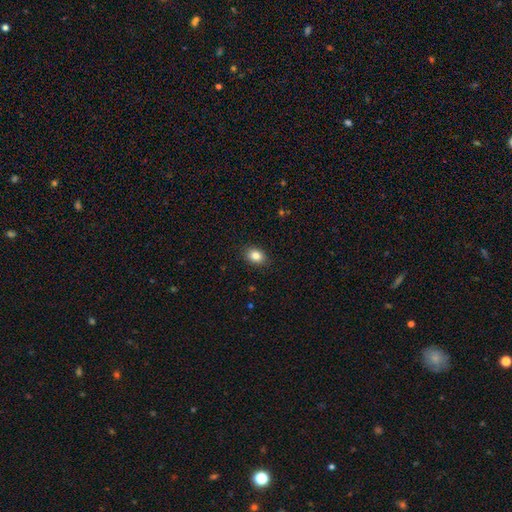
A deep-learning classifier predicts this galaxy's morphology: smooth-or-featured: smooth: 83% | star or artifact: 9% | featured or disk: 7%
  how-rounded: in between: 70% | round: 29% | cigar-shaped: 1%
  merging: none: 89% | minor disturbance: 8% | major disturbance: 2% | merger: 1%